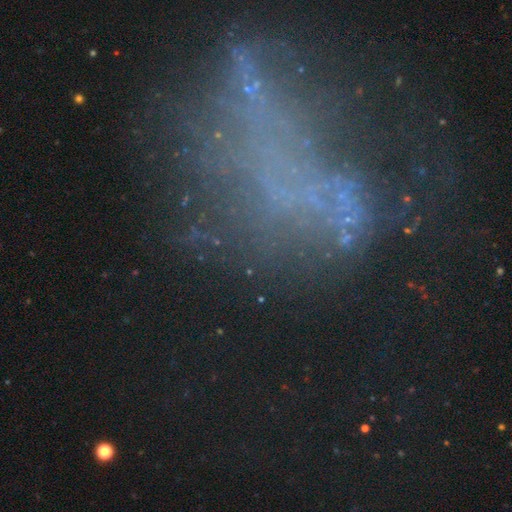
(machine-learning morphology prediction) star or artifact 45%, featured or disk 36%, smooth 19%.